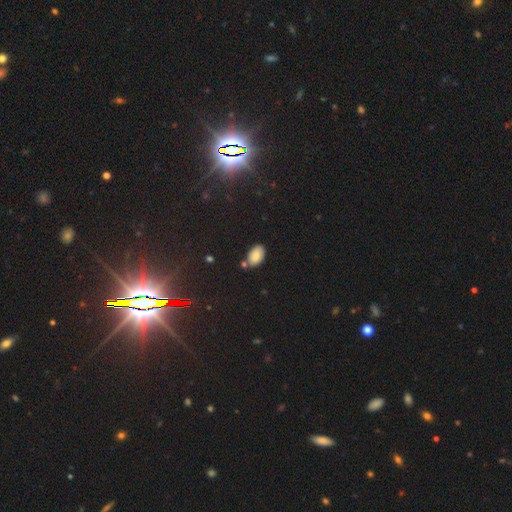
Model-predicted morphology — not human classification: A smooth galaxy with no disk features (81%) that is in between round and cigar-shaped (91%).

Vote fractions:
- Smooth or featured? smooth: 81% / star or artifact: 11% / featured or disk: 8%
- How rounded? in between: 91% / round: 8% / cigar-shaped: 1%
- Merging? none: 72% / minor disturbance: 15% / merger: 9% / major disturbance: 3%